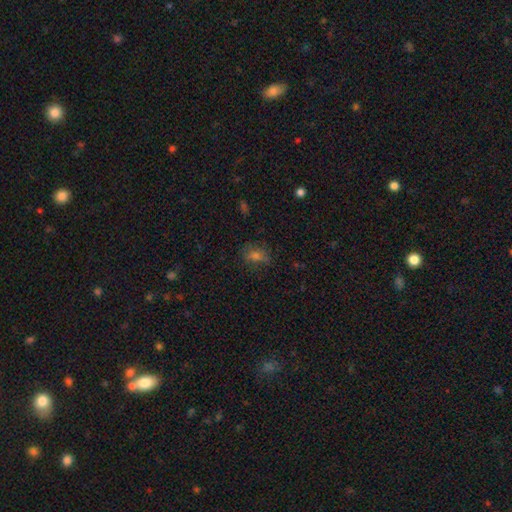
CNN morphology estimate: Smooth or featured? smooth (62%)
How rounded? in between (60%)
Merging? none (71%)